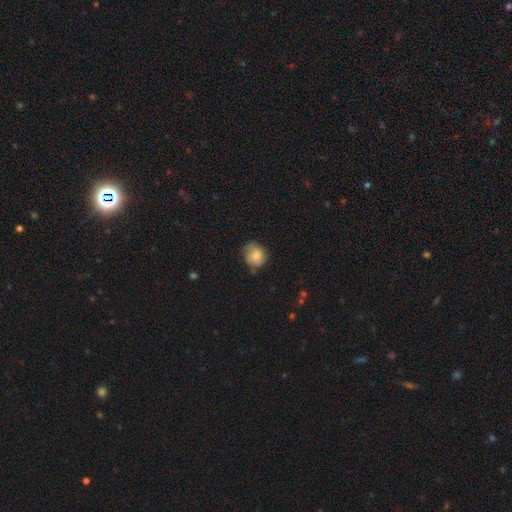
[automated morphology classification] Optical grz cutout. It shows a smooth galaxy with no disk features (73%) that is round (74%). Merging: none (58%).